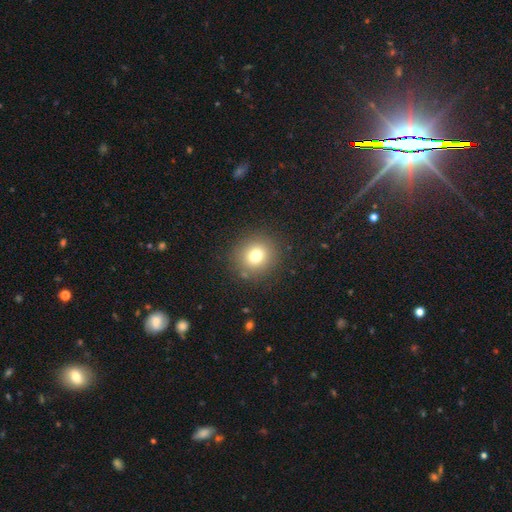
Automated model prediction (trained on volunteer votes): This is likely a smooth galaxy (76%). How rounded: clearly round (87%). Merging: clearly none (87%).